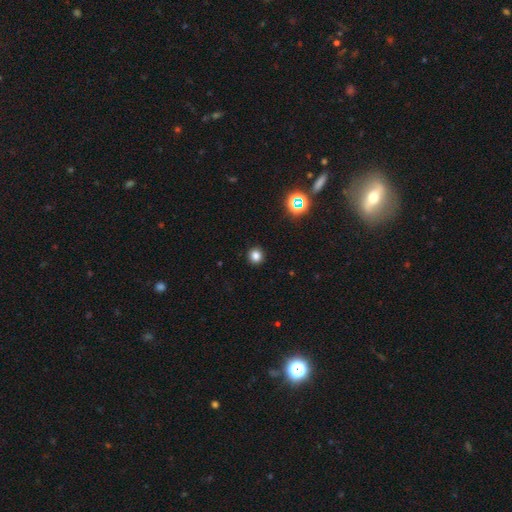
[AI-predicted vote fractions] smooth 81%, star or artifact 15%, featured or disk 4%. Down the decision tree: how rounded — round (92%); merging — none (93%).